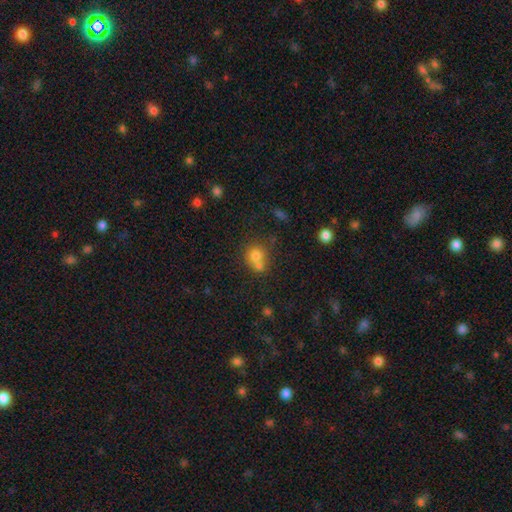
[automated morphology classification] Smooth or featured? smooth (74%)
How rounded? round (79%)
Merging? merger (50%)